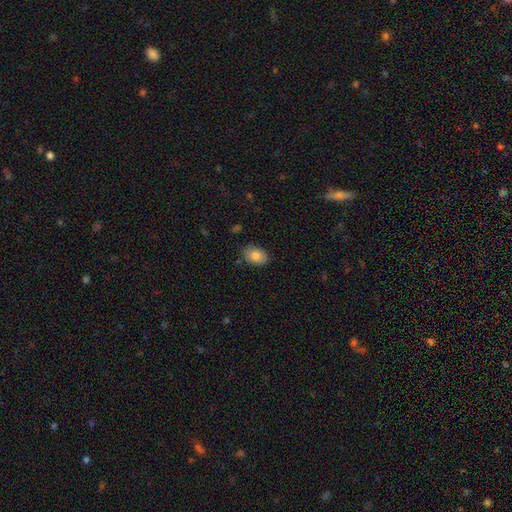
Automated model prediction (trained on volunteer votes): smooth_or_featured: smooth (p=0.84) [alt: featured or disk p=0.08]
how_rounded: in between (p=0.82) [alt: round p=0.17]
merging: none (p=0.82) [alt: minor disturbance p=0.14]